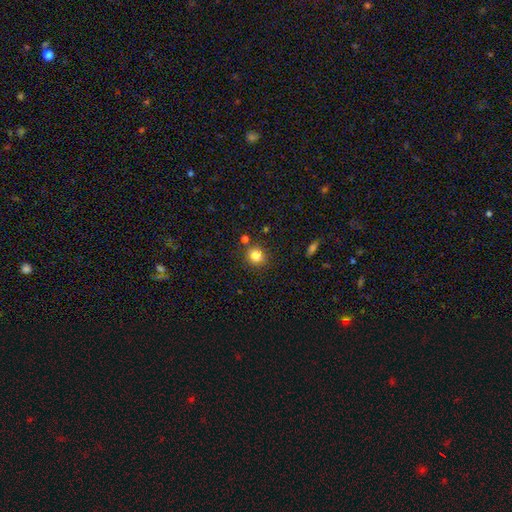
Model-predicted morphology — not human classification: Overall: smooth (82%). How rounded: round (85%). Merging: none (84%).